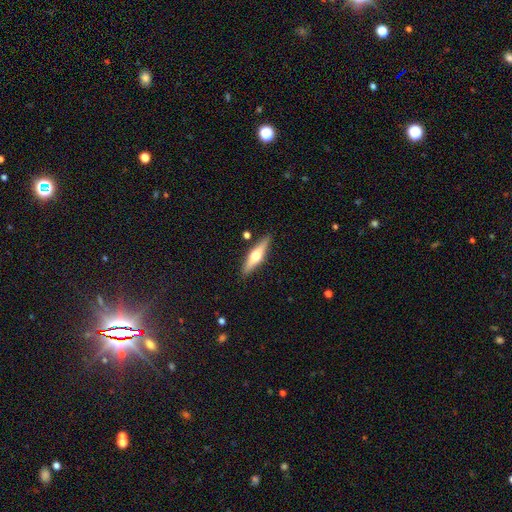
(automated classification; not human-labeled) Smooth or featured?
  - featured or disk: 56% *
  - smooth: 39%
  - star or artifact: 6%
Edge-on disk?
  - yes: 94% *
  - no: 6%
Edge-on bulge?
  - rounded: 94% *
  - boxy: 3%
  - none: 3%
Merging?
  - none: 87% *
  - minor disturbance: 9%
  - merger: 3%
  - major disturbance: 2%